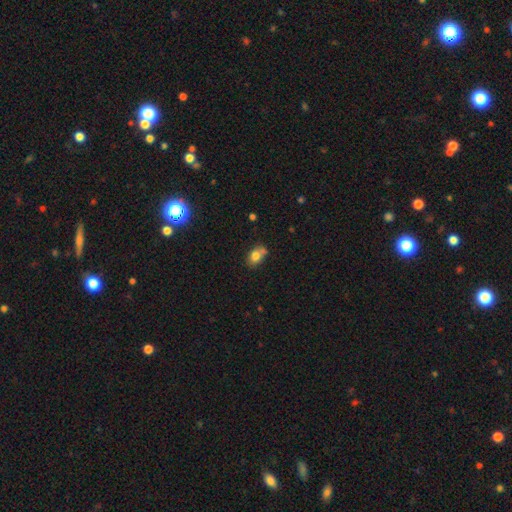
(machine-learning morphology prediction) smooth_or_featured: smooth (p=0.78) [alt: featured or disk p=0.11]
how_rounded: in between (p=0.69) [alt: round p=0.29]
merging: none (p=0.50) [alt: merger p=0.25]